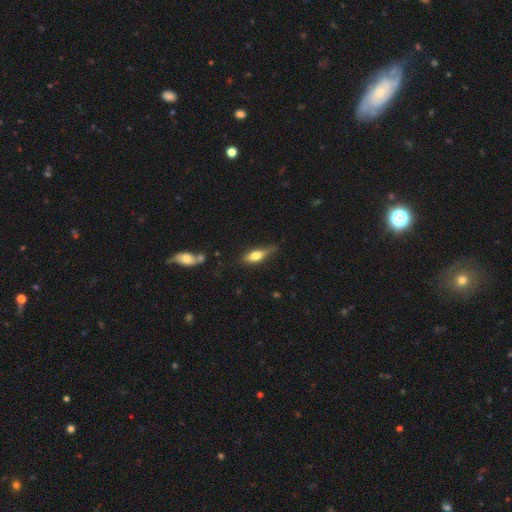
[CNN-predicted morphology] Overall: smooth (64%; featured or disk 29%). How rounded: in between (59%; cigar-shaped 38%). Merging: none (56%; minor disturbance 31%).